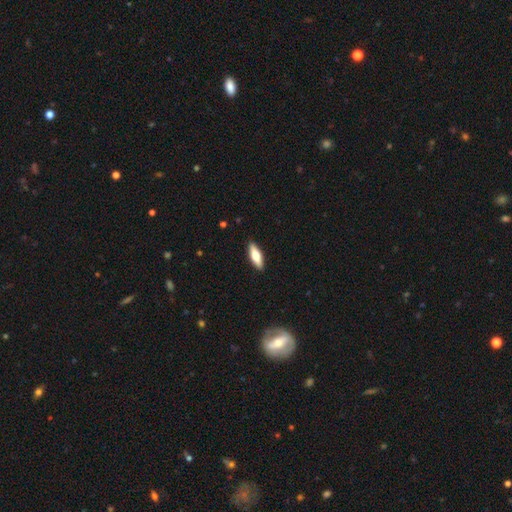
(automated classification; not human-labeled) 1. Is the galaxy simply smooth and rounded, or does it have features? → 61% smooth, 33% featured or disk, 6% star or artifact.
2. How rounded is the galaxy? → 53% in between, 44% cigar-shaped, 2% round.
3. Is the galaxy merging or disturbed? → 90% none, 7% minor disturbance, 2% major disturbance, 1% merger.